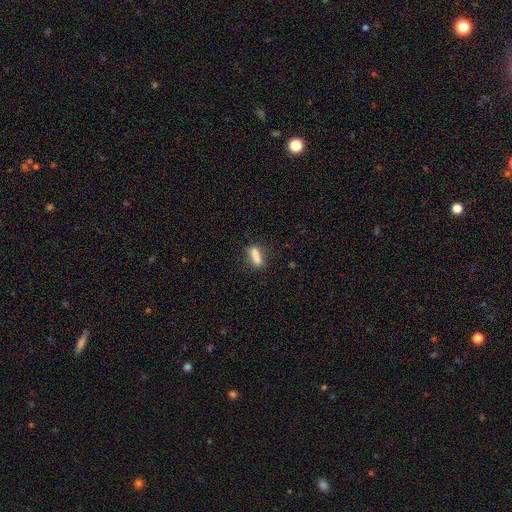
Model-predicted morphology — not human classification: The model was most divided on "how rounded": cigar-shaped: 57%, in between: 39%, round: 4%. More confident: smooth or featured — smooth (81%); merging — none (77%).